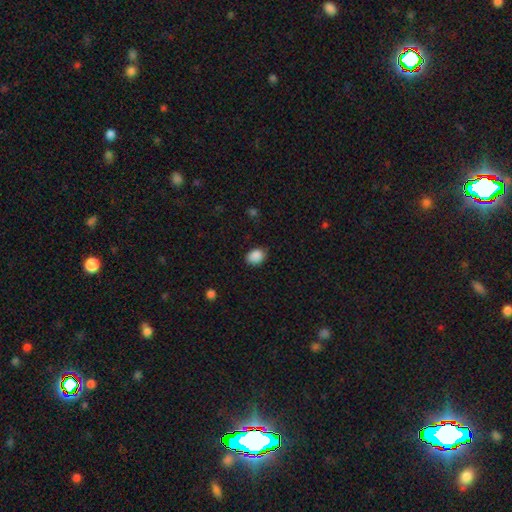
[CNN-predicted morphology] Overall: smooth (89%). How rounded: in between (69%; round 30%). Merging: none (80%).